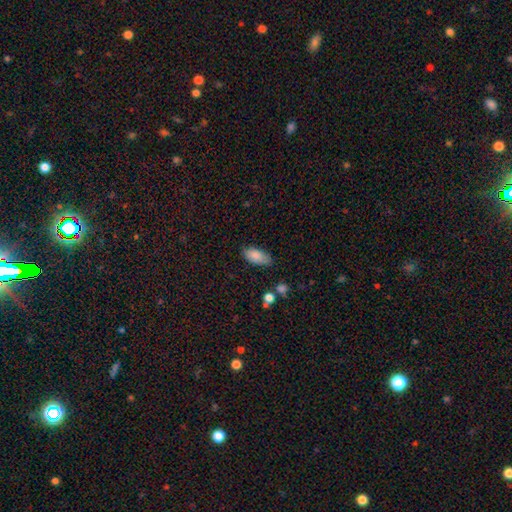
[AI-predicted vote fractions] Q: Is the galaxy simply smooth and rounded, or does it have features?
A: smooth — 85%.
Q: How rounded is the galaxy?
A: in between — 90%.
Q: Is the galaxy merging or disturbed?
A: none — 70%.